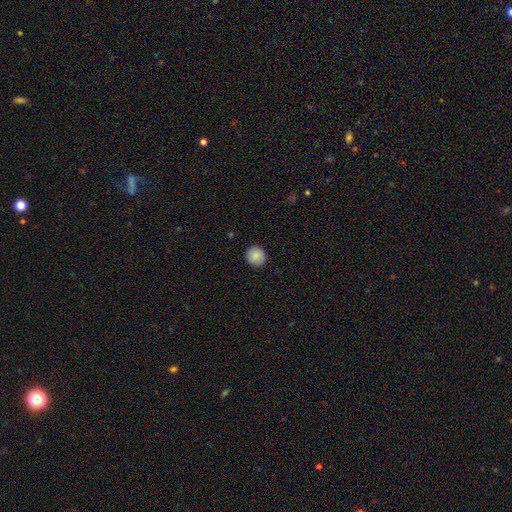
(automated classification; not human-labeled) The model was most divided on "smooth or featured": smooth: 88%, star or artifact: 8%, featured or disk: 4%. More confident: how rounded — round (91%); merging — none (91%).